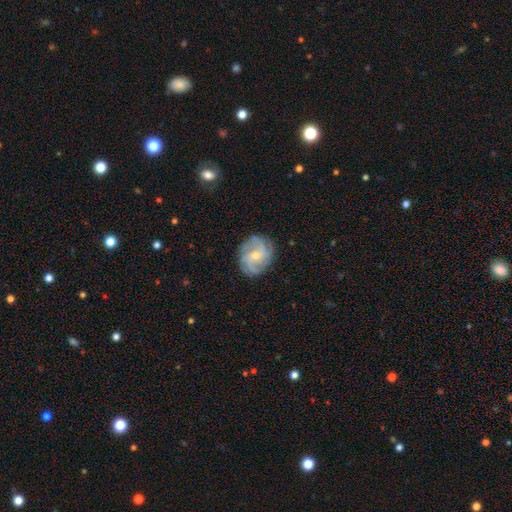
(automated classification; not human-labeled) This appears to be a featured or disk galaxy (83%) with no bar (65%), 3 (28%) tight (48%) spiral arms (96%) and a small central bulge (61%). Merging: none (80%).